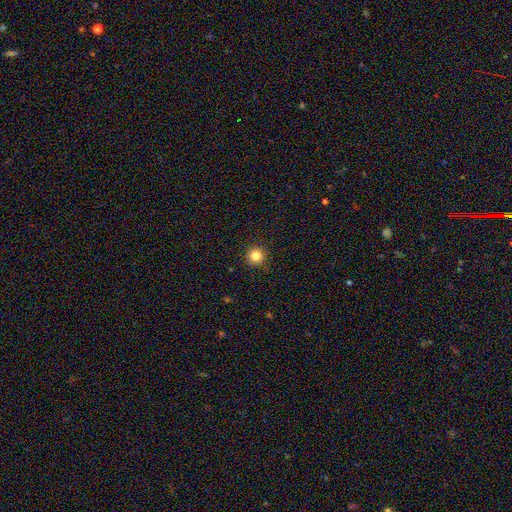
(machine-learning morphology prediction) The model was most divided on "smooth or featured": smooth: 83%, star or artifact: 12%, featured or disk: 5%. More confident: how rounded — round (96%); merging — none (92%).